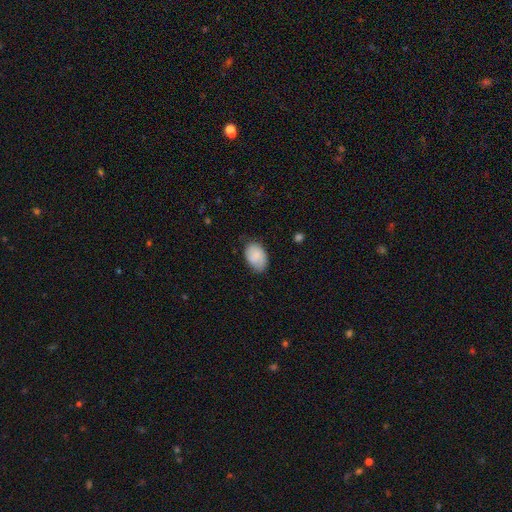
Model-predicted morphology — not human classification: Smooth or featured? Predicted: smooth (p=0.82). How rounded? Predicted: in between (p=0.87). Merging? Predicted: none (p=0.69).